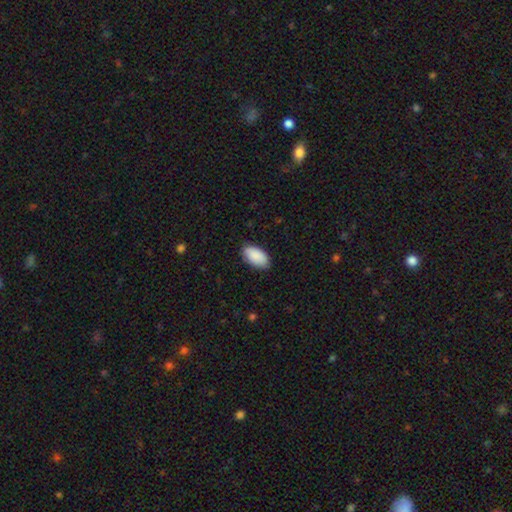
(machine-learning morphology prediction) A smooth galaxy with no disk features (91%) that is in between round and cigar-shaped (96%).

Vote fractions:
- Smooth or featured? smooth: 91% / star or artifact: 6% / featured or disk: 3%
- How rounded? in between: 96% / round: 2% / cigar-shaped: 2%
- Merging? none: 86% / minor disturbance: 11% / major disturbance: 2% / merger: 1%